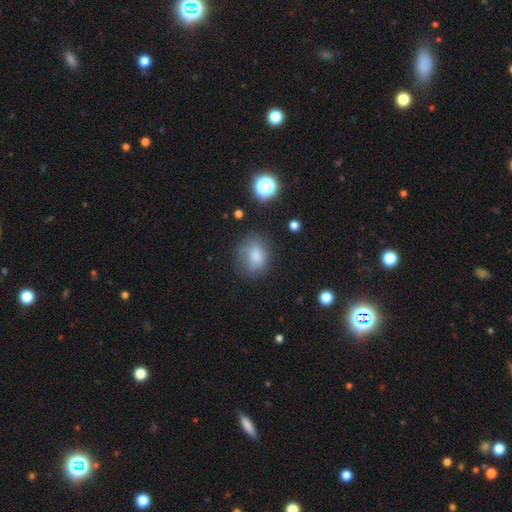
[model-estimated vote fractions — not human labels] The model was most divided on "how rounded": in between: 53%, round: 46%, cigar-shaped: 1%. More confident: smooth or featured — smooth (77%); merging — none (63%).